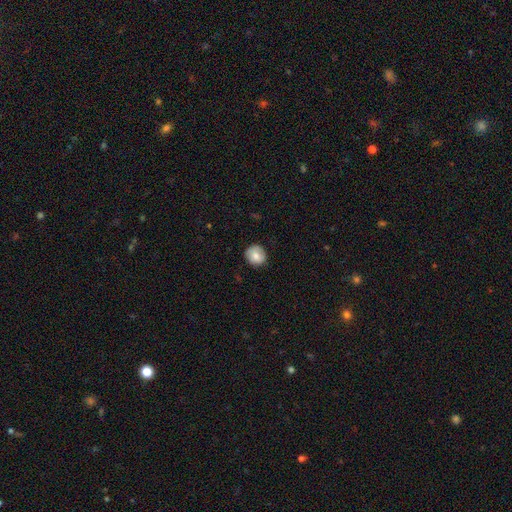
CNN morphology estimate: smooth 80%, featured or disk 12%, star or artifact 8%. Down the decision tree: how rounded — round (87%); merging — none (81%).